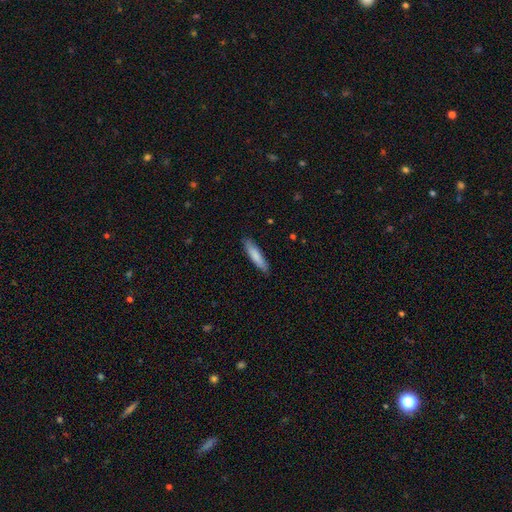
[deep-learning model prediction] smooth_or_featured: smooth (p=0.82) [alt: featured or disk p=0.13]
how_rounded: cigar-shaped (p=0.83) [alt: in between p=0.16]
merging: none (p=0.88) [alt: minor disturbance p=0.10]